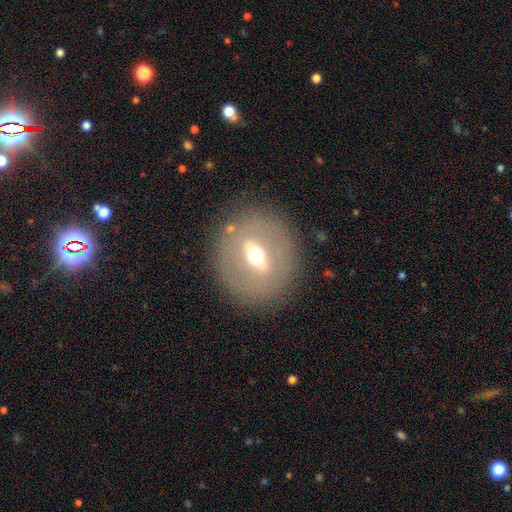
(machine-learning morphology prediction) smooth_or_featured: featured or disk (p=0.62) [alt: smooth p=0.29]
disk_edge_on: no (p=0.68) [alt: yes p=0.32]
merging: none (p=0.85) [alt: minor disturbance p=0.09]